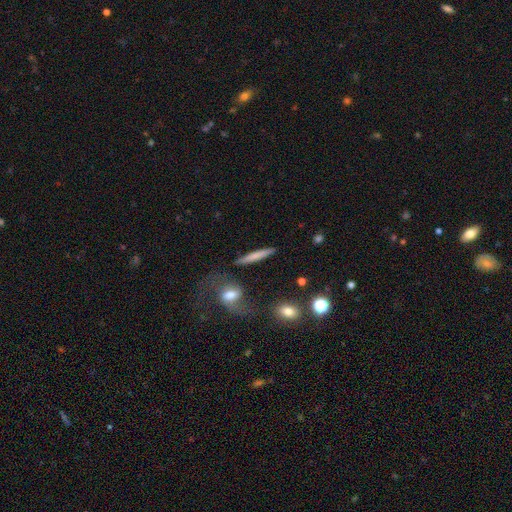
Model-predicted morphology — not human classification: A smooth galaxy with no disk features (65%) that is cigar-shaped (91%).

Vote fractions:
- Smooth or featured? smooth: 65% / featured or disk: 29% / star or artifact: 6%
- How rounded? cigar-shaped: 91% / in between: 6% / round: 3%
- Merging? none: 83% / minor disturbance: 10% / merger: 4% / major disturbance: 3%